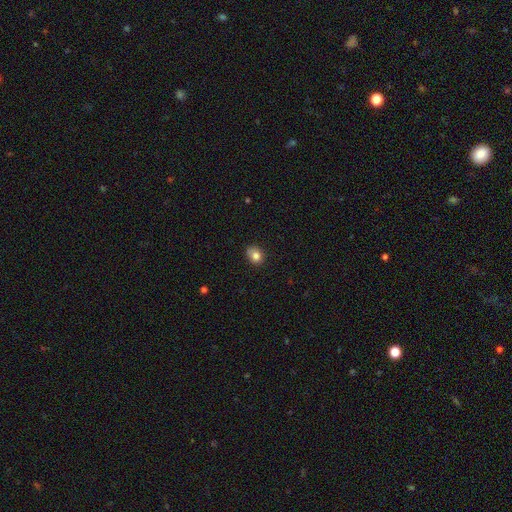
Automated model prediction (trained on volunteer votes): The model was most divided on "how rounded": round: 54%, in between: 45%, cigar-shaped: 1%. More confident: smooth or featured — smooth (82%); merging — none (74%).